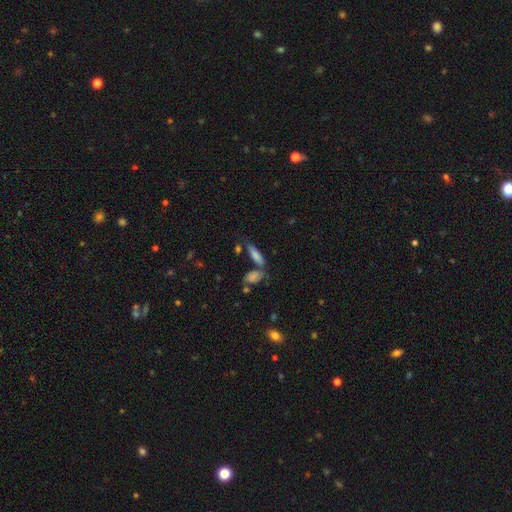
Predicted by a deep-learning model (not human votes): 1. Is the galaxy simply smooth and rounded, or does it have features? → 70% smooth, 19% featured or disk, 11% star or artifact.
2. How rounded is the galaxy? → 58% cigar-shaped, 38% in between, 3% round.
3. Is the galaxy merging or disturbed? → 59% none, 22% merger, 14% minor disturbance, 5% major disturbance.